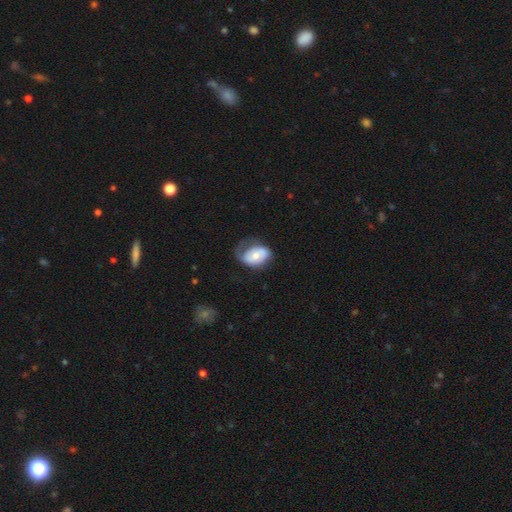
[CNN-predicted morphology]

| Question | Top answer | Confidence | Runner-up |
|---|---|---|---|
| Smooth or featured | featured or disk | 49% | smooth (45%) |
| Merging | none | 35% | major disturbance (31%) |